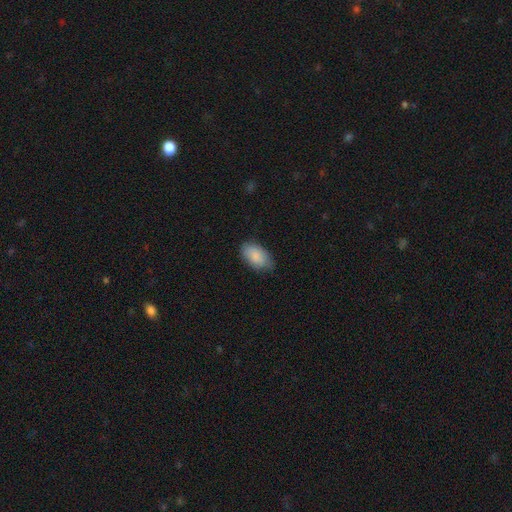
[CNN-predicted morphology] This appears to be a smooth galaxy with no disk features (86%) that is in between round and cigar-shaped (94%). Merging: none (73%).